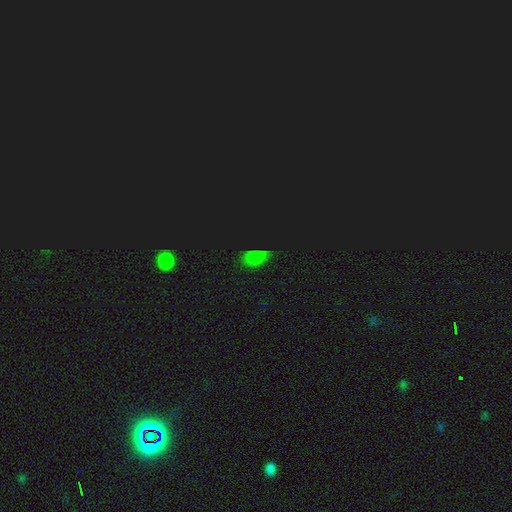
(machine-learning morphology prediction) smooth-or-featured: smooth: 56% | star or artifact: 37% | featured or disk: 6%
  how-rounded: in between: 81% | round: 15% | cigar-shaped: 4%
  merging: none: 69% | minor disturbance: 22% | major disturbance: 6% | merger: 3%